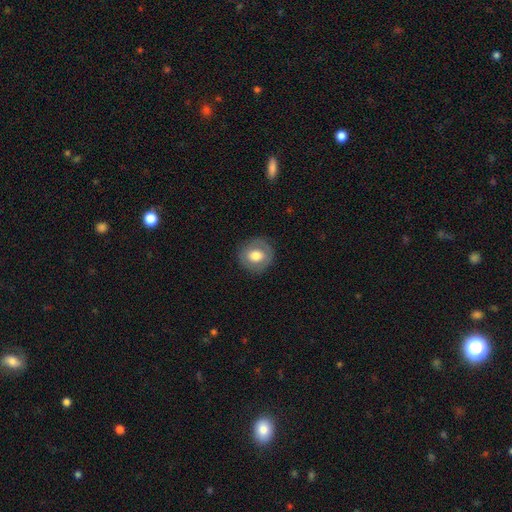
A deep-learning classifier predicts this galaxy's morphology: Overall: smooth (64%; featured or disk 29%). How rounded: round (84%). Merging: none (85%).